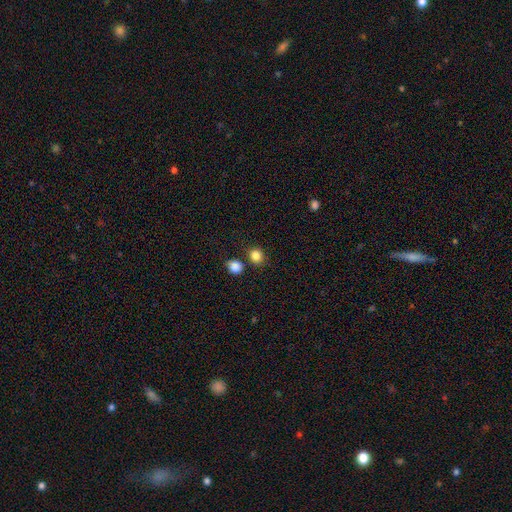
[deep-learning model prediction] smooth_or_featured: smooth (p=0.85) [alt: star or artifact p=0.11]
how_rounded: round (p=0.78) [alt: in between p=0.21]
merging: none (p=0.73) [alt: merger p=0.14]